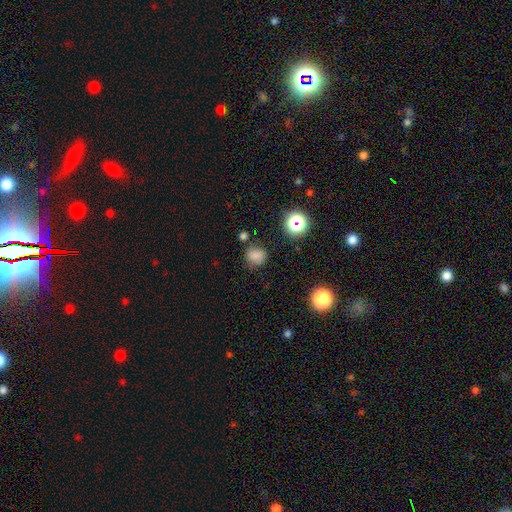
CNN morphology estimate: Overall: smooth (73%). How rounded: round (83%). Merging: none (73%).